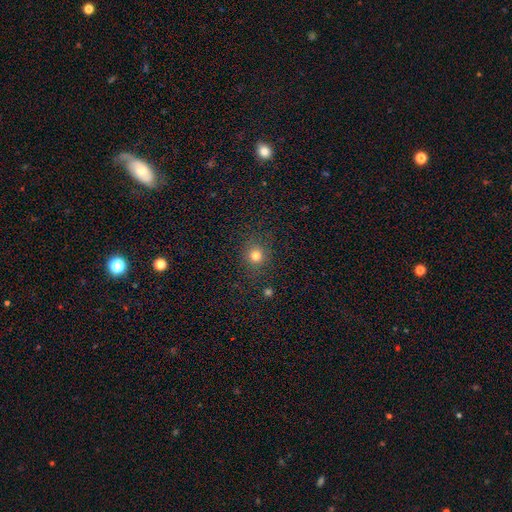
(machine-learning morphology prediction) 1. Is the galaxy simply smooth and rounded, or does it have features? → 79% smooth, 16% star or artifact, 6% featured or disk.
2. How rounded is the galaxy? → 88% round, 11% in between, 1% cigar-shaped.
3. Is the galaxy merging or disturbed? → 86% none, 9% minor disturbance, 4% major disturbance, 2% merger.